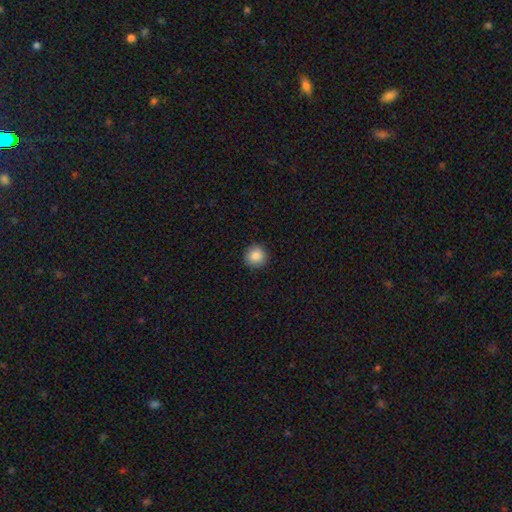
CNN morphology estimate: Q: Smooth or featured?
A: smooth (87%); runner-up: star or artifact (9%)
Q: How rounded?
A: round (95%); runner-up: in between (4%)
Q: Merging?
A: none (92%); runner-up: minor disturbance (6%)